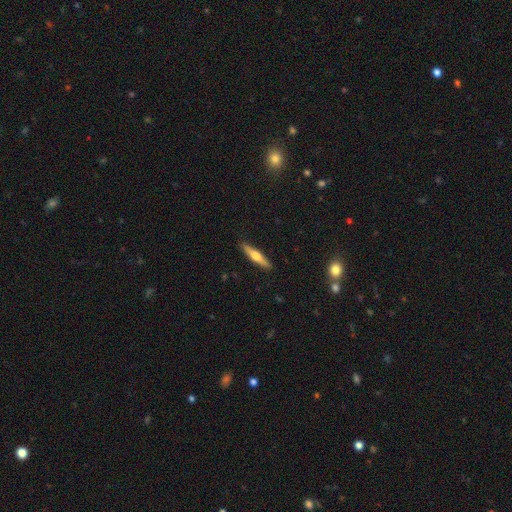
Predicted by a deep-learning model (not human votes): Smooth or featured? Predicted: featured or disk (p=0.53). Edge-on disk? Predicted: yes (p=0.96). Edge-on bulge? Predicted: rounded (p=0.90). Merging? Predicted: none (p=0.90).